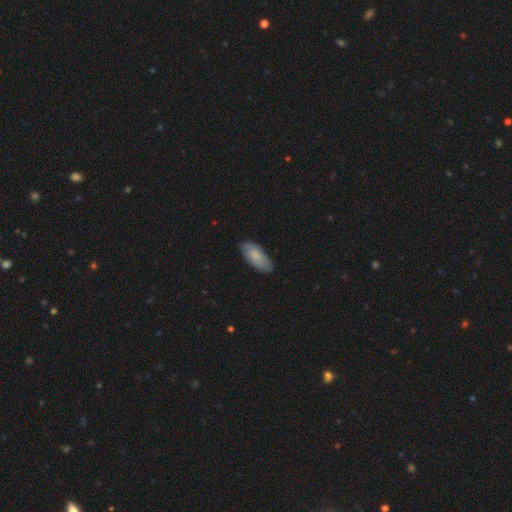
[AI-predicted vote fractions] Q: Smooth or featured?
A: smooth (80%); runner-up: featured or disk (15%)
Q: How rounded?
A: in between (85%); runner-up: cigar-shaped (13%)
Q: Merging?
A: none (79%); runner-up: minor disturbance (18%)